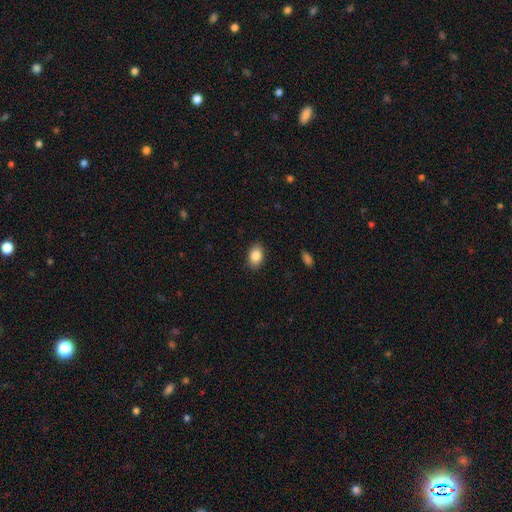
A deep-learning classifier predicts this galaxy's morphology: The model was most divided on "how rounded": in between: 85%, round: 14%, cigar-shaped: 1%. More confident: merging — none (88%); smooth or featured — smooth (86%).